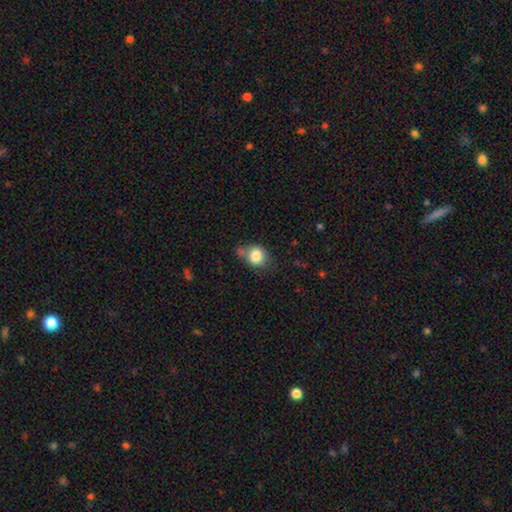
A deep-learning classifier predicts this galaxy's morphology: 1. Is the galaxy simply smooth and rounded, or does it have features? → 83% smooth, 9% star or artifact, 8% featured or disk.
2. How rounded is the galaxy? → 69% round, 30% in between, 1% cigar-shaped.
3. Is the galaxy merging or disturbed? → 59% none, 21% minor disturbance, 13% merger, 6% major disturbance.